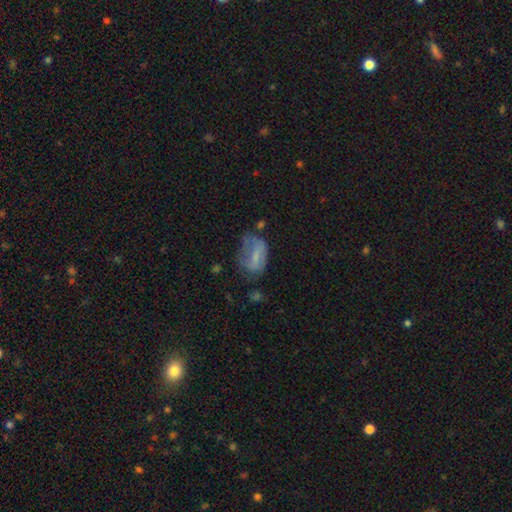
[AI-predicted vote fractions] Overall: smooth (46%; featured or disk 43%). Merging: none (34%; major disturbance 31%).